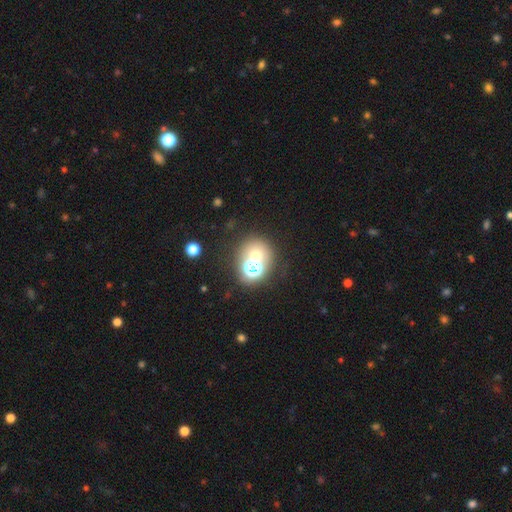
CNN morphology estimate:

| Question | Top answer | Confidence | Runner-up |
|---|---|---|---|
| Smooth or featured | smooth | 54% | star or artifact (31%) |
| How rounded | round | 80% | in between (19%) |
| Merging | none | 55% | merger (30%) |